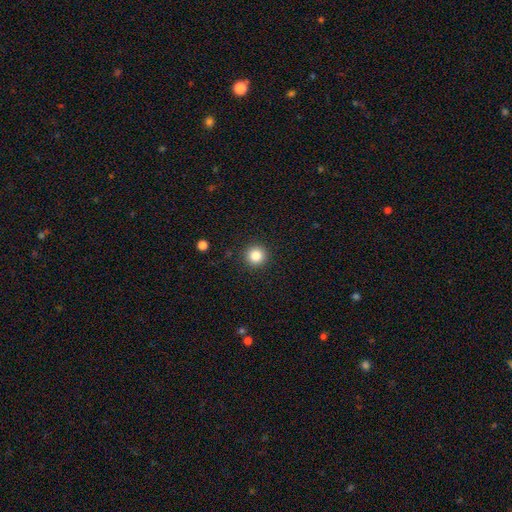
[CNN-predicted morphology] Smooth or featured?
  - smooth: 84% *
  - star or artifact: 11%
  - featured or disk: 5%
How rounded?
  - round: 96% *
  - in between: 3%
  - cigar-shaped: 1%
Merging?
  - none: 92% *
  - minor disturbance: 5%
  - major disturbance: 2%
  - merger: 1%